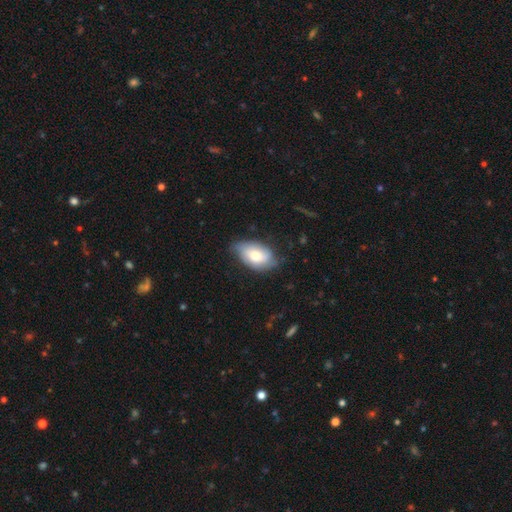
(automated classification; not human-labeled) smooth_or_featured: smooth (p=0.62) [alt: featured or disk p=0.31]
how_rounded: in between (p=0.91) [alt: round p=0.06]
merging: none (p=0.60) [alt: minor disturbance p=0.31]